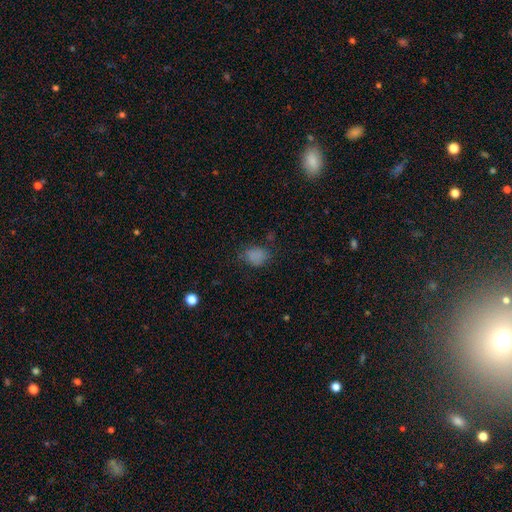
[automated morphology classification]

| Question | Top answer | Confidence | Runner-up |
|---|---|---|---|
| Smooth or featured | smooth | 80% | star or artifact (14%) |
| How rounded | round | 51% | in between (48%) |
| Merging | none | 68% | minor disturbance (22%) |